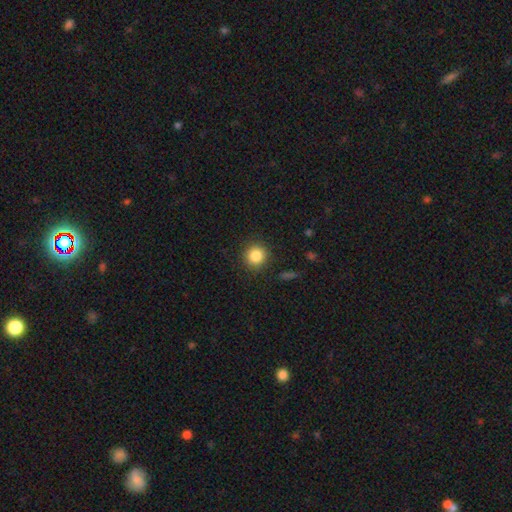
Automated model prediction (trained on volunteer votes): Smooth or featured? smooth (84%)
How rounded? round (93%)
Merging? none (90%)